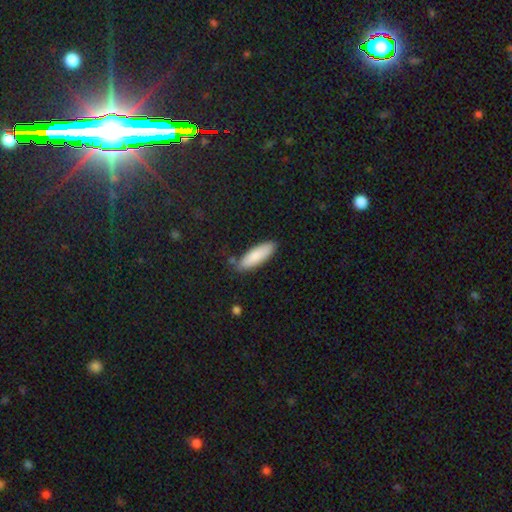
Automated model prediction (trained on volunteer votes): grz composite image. It shows a smooth galaxy with no disk features (85%) that is cigar-shaped (50%). Merging: none (81%).